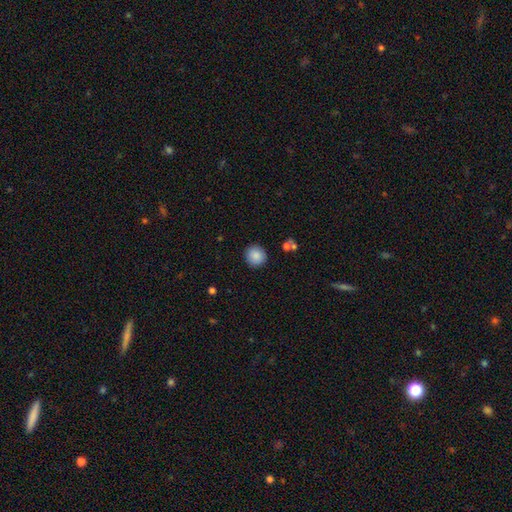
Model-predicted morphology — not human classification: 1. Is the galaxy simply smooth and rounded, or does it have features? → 87% smooth, 8% star or artifact, 4% featured or disk.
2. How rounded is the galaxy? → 92% round, 7% in between, 1% cigar-shaped.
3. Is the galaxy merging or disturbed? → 91% none, 6% minor disturbance, 2% major disturbance, 2% merger.